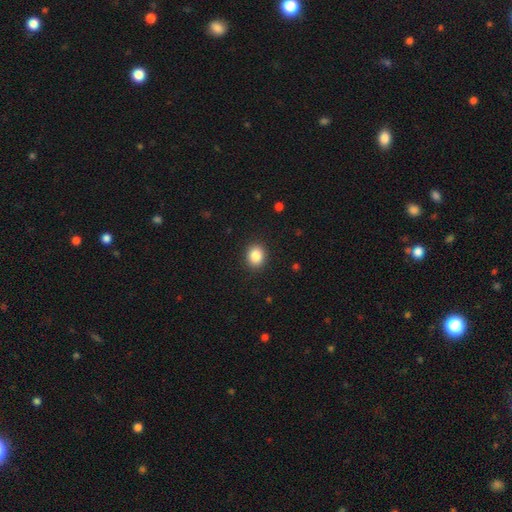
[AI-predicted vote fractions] Overall: smooth (86%). How rounded: round (62%; in between 37%). Merging: none (90%).